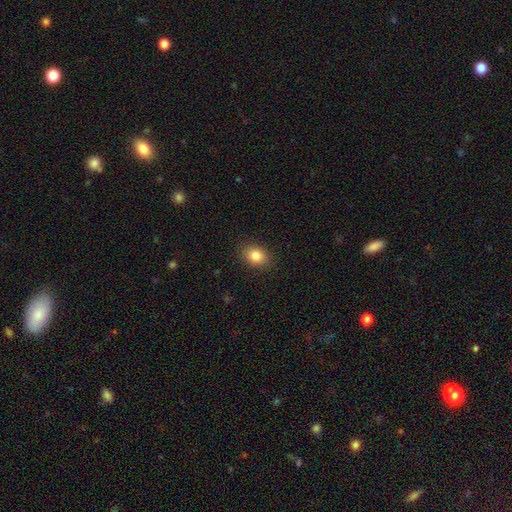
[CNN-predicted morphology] smooth-or-featured: smooth: 84% | star or artifact: 10% | featured or disk: 6%
  how-rounded: in between: 61% | round: 38% | cigar-shaped: 1%
  merging: none: 88% | minor disturbance: 8% | major disturbance: 2% | merger: 1%